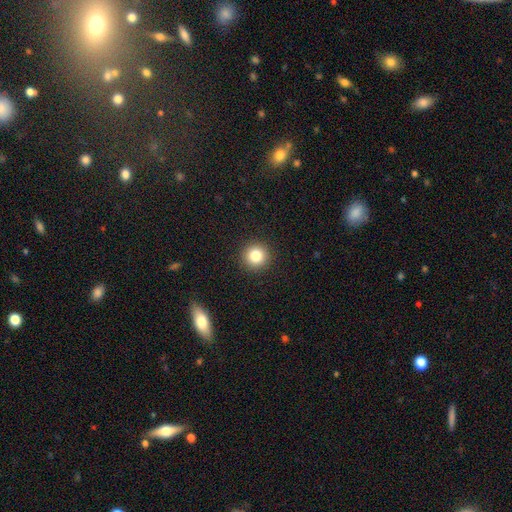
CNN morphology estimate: The model was most divided on "smooth or featured": smooth: 82%, star or artifact: 11%, featured or disk: 7%. More confident: how rounded — round (95%); merging — none (93%).